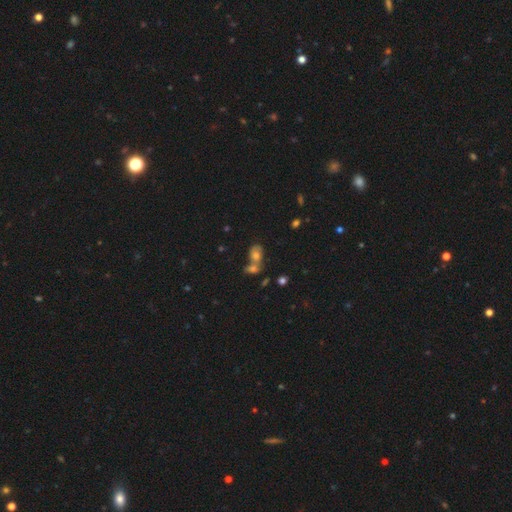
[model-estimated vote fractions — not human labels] Smooth or featured?
  - smooth: 58% *
  - featured or disk: 25%
  - star or artifact: 17%
How rounded?
  - in between: 68% *
  - round: 30%
  - cigar-shaped: 3%
Merging?
  - merger: 51% *
  - none: 32%
  - minor disturbance: 11%
  - major disturbance: 6%